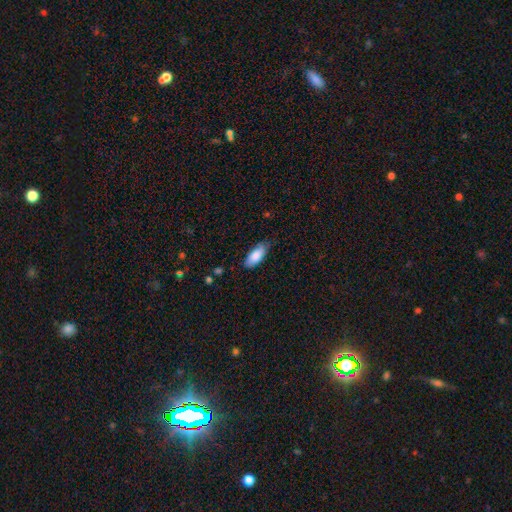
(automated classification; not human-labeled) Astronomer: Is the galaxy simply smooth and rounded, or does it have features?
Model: smooth — 84%.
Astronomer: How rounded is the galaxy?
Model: in between — 84%.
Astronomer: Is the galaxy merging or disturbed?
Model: none — 70%.